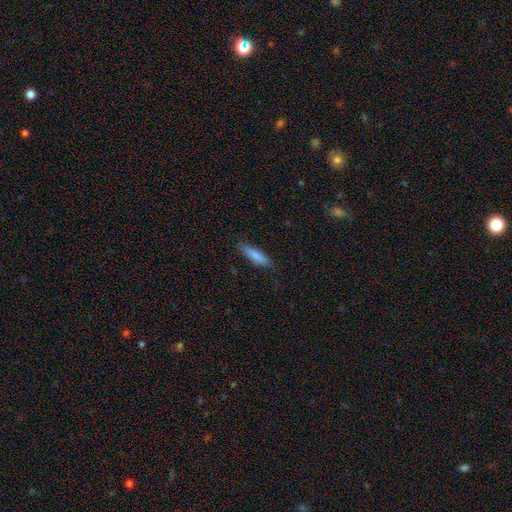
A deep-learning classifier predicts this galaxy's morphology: type=smooth (83%); roundness=cigar-shaped (63%); merging=none (83%).